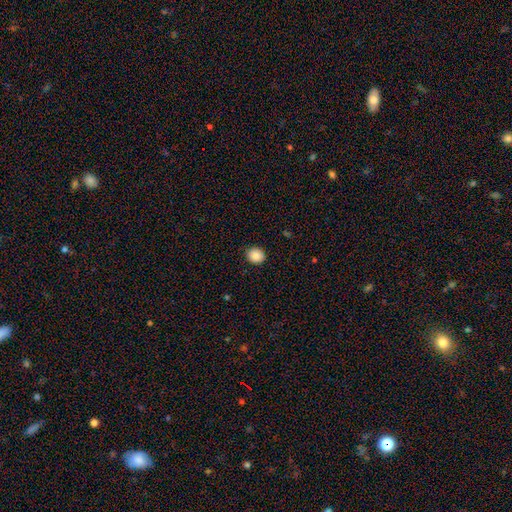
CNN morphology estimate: type=smooth (88%); roundness=round (73%); merging=none (89%).